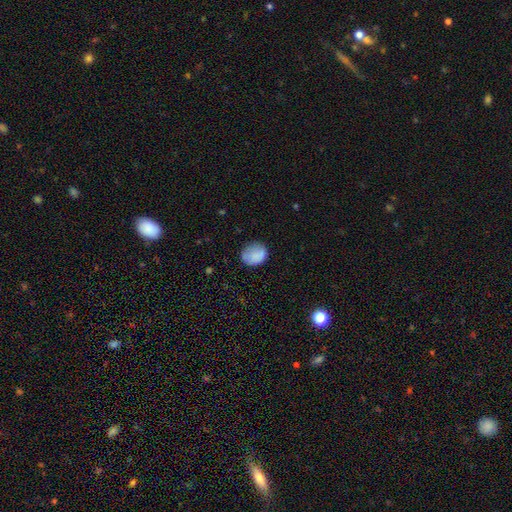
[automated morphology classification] This appears to be a smooth galaxy with no disk features (82%) that is round (62%). Merging: none (67%).